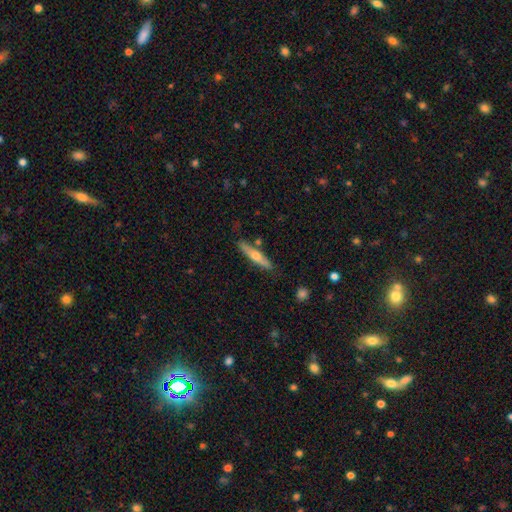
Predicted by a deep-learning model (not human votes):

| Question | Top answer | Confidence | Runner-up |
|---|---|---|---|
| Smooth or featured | featured or disk | 54% | smooth (40%) |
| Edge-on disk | yes | 92% | no (8%) |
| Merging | none | 85% | minor disturbance (10%) |